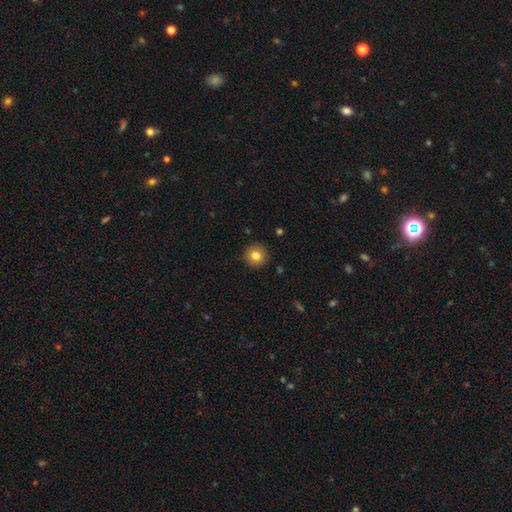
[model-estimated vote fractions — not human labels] Smooth or featured?
  - smooth: 81% *
  - star or artifact: 10%
  - featured or disk: 8%
How rounded?
  - round: 95% *
  - in between: 4%
  - cigar-shaped: 1%
Merging?
  - none: 91% *
  - minor disturbance: 6%
  - major disturbance: 2%
  - merger: 1%